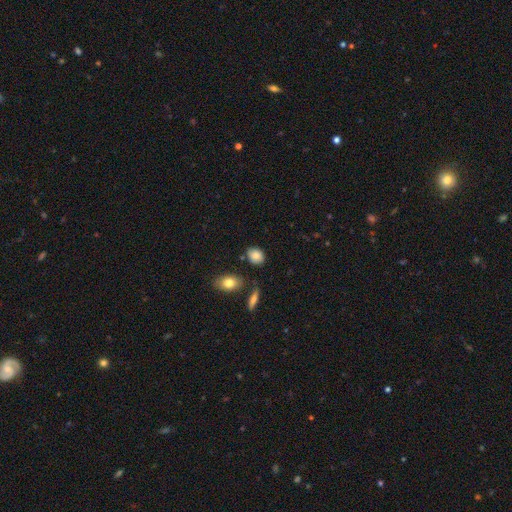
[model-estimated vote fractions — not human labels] smooth 83%, featured or disk 9%, star or artifact 8%. Down the decision tree: how rounded — in between (61%); merging — none (74%).